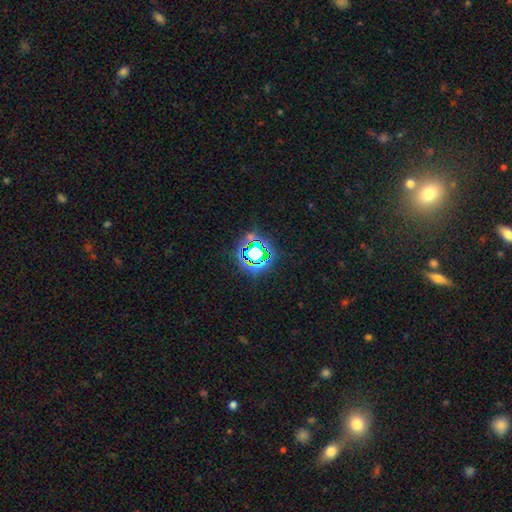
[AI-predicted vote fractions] Q: Smooth or featured?
A: star or artifact (65%); runner-up: smooth (22%)